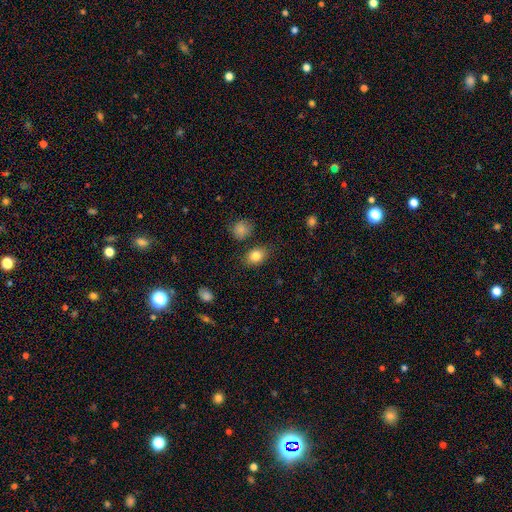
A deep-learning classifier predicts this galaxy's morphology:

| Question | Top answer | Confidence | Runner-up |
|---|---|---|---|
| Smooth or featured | smooth | 83% | star or artifact (9%) |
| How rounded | in between | 67% | round (32%) |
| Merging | none | 80% | minor disturbance (12%) |